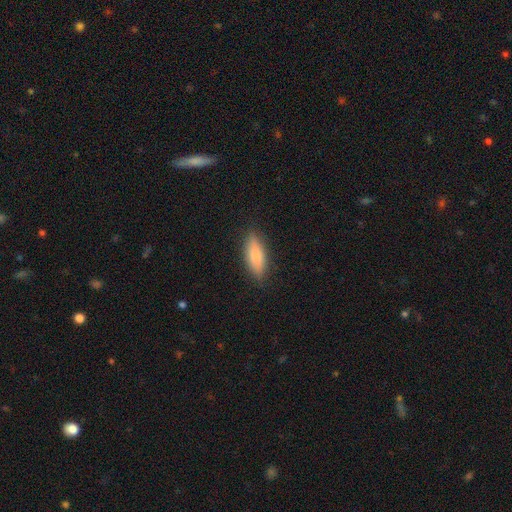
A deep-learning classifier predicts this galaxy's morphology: This appears to be a smooth galaxy with no disk features (82%) that is in between round and cigar-shaped (66%). Merging: none (85%).